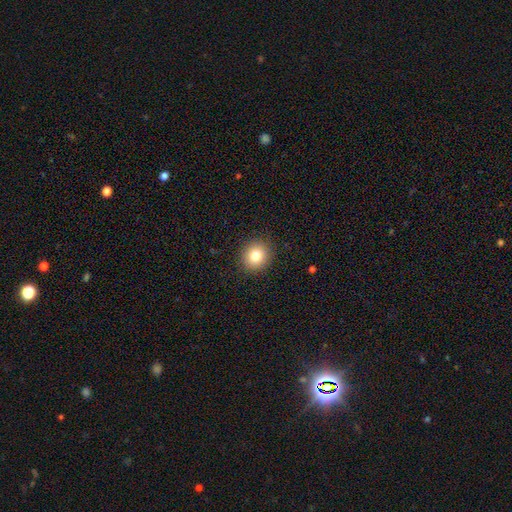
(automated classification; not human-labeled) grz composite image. It shows a smooth galaxy with no disk features (81%) that is round (81%). Merging: none (90%).